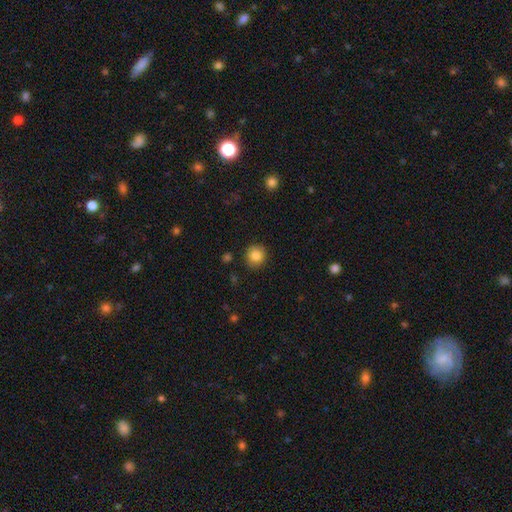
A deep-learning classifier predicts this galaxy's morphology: A smooth galaxy with no disk features (85%) that is round (87%).

Vote fractions:
- Smooth or featured? smooth: 85% / star or artifact: 9% / featured or disk: 6%
- How rounded? round: 87% / in between: 12% / cigar-shaped: 1%
- Merging? none: 89% / minor disturbance: 7% / major disturbance: 2% / merger: 1%